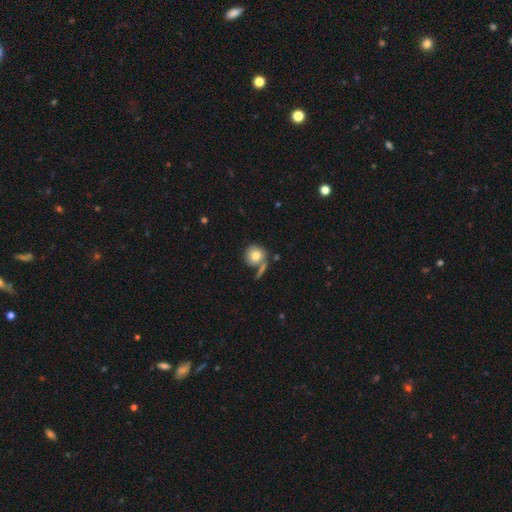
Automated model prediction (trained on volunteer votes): Smooth or featured? Predicted: smooth (p=0.76). How rounded? Predicted: round (p=0.87). Merging? Predicted: none (p=0.55).